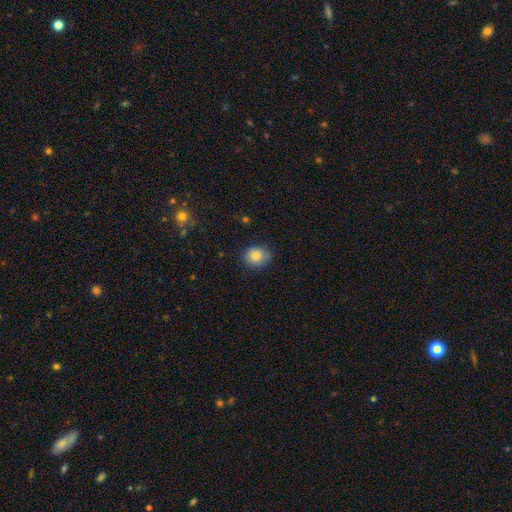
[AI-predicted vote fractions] Overall: smooth (86%). How rounded: round (59%; in between 40%). Merging: none (76%).